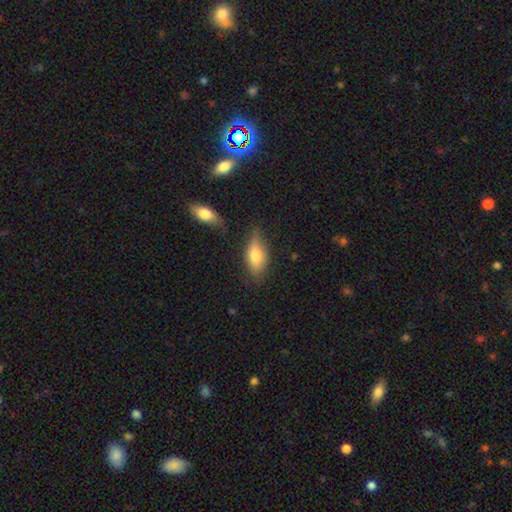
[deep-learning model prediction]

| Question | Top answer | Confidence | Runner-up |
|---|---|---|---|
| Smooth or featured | smooth | 67% | featured or disk (25%) |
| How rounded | in between | 80% | cigar-shaped (16%) |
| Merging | none | 67% | minor disturbance (22%) |